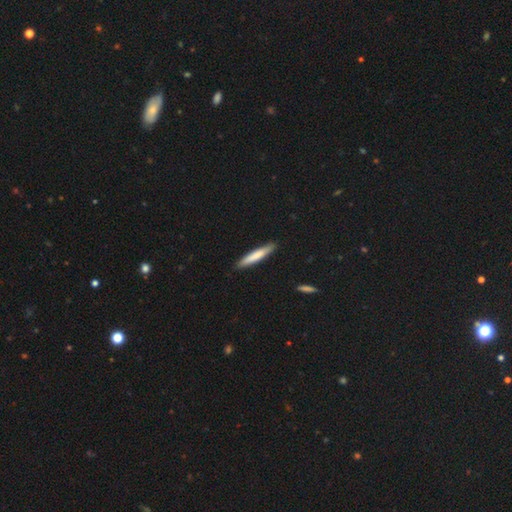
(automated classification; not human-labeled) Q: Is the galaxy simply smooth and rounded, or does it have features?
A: smooth — 74%.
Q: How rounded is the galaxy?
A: cigar-shaped — 92%.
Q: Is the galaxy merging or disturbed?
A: none — 90%.